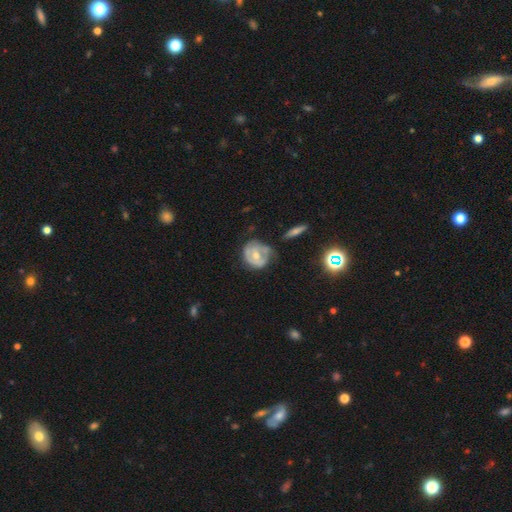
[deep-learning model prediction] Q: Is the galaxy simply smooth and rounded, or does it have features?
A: featured or disk — 58%.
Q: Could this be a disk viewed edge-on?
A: no — 95%.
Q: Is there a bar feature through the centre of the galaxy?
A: no — 67%.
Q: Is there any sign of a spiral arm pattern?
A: yes — 50%, tied with no.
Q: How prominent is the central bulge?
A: moderate — 62%.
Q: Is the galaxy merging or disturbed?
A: none — 47%.